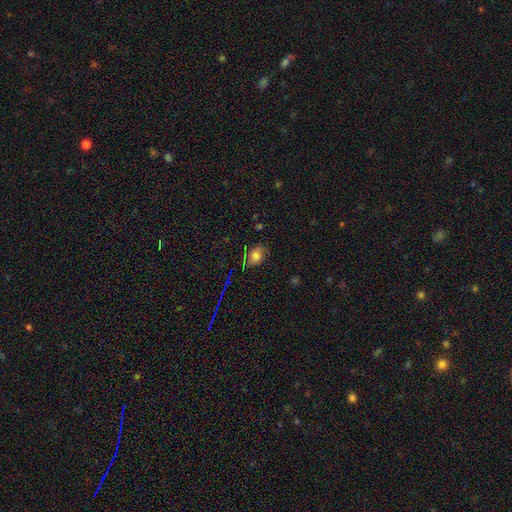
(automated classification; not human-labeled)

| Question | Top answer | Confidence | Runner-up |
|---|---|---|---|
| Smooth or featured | smooth | 61% | featured or disk (23%) |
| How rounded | in between | 66% | round (32%) |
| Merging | none | 71% | minor disturbance (21%) |